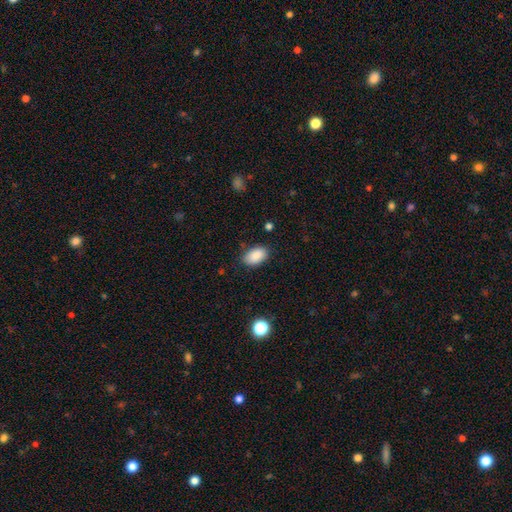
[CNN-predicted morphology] A smooth galaxy with no disk features (88%) that is in between round and cigar-shaped (92%).

Vote fractions:
- Smooth or featured? smooth: 88% / star or artifact: 7% / featured or disk: 4%
- How rounded? in between: 92% / round: 7% / cigar-shaped: 1%
- Merging? none: 83% / minor disturbance: 12% / major disturbance: 3% / merger: 1%